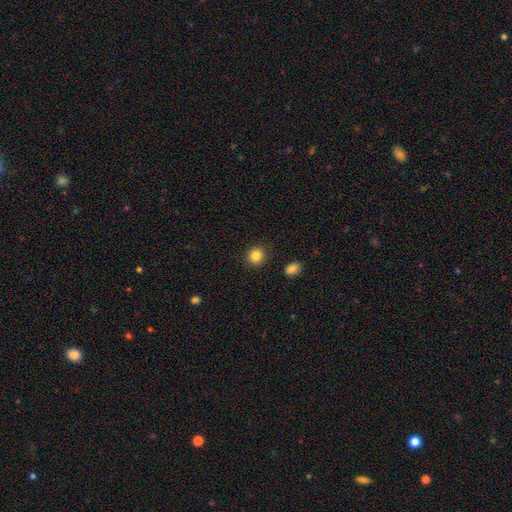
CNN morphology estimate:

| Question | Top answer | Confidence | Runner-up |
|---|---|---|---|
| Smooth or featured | smooth | 85% | star or artifact (10%) |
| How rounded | round | 87% | in between (12%) |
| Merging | none | 90% | minor disturbance (6%) |